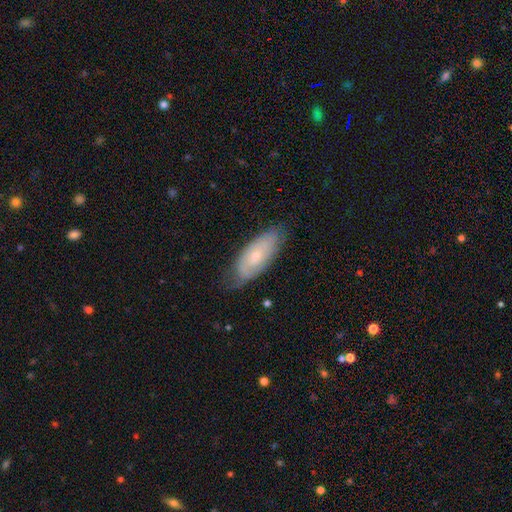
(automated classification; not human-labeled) smooth-or-featured: featured or disk: 49% | smooth: 45% | star or artifact: 7%
  merging: none: 67% | minor disturbance: 26% | major disturbance: 6% | merger: 1%